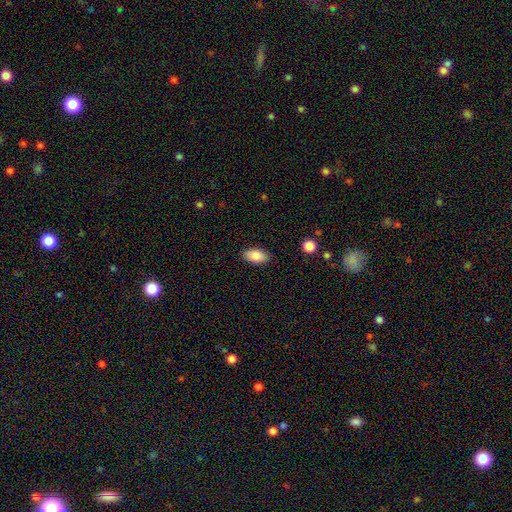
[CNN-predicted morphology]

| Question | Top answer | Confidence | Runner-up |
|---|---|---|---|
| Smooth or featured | smooth | 85% | featured or disk (8%) |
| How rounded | in between | 92% | cigar-shaped (4%) |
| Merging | none | 88% | minor disturbance (9%) |